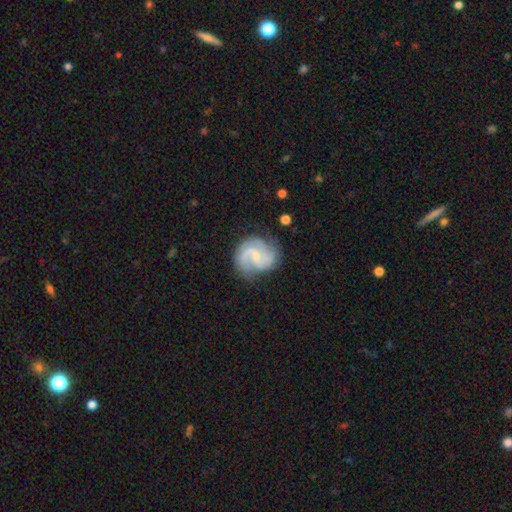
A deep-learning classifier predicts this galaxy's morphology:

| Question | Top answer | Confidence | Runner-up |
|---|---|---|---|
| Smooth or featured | featured or disk | 87% | smooth (9%) |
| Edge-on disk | no | 98% | yes (2%) |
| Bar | weak | 48% | no (41%) |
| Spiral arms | yes | 98% | no (2%) |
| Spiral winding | medium | 50% | tight (36%) |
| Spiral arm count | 2 | 49% | 3 (31%) |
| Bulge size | small | 64% | moderate (19%) |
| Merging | none | 73% | minor disturbance (18%) |